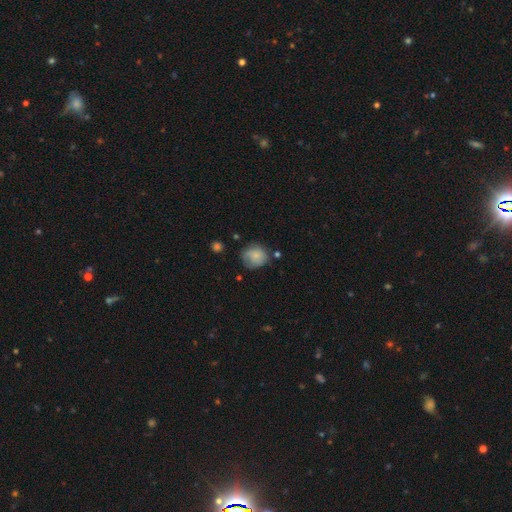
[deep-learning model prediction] This appears to be a smooth galaxy with no disk features (75%) that is round (75%). Merging: none (56%).